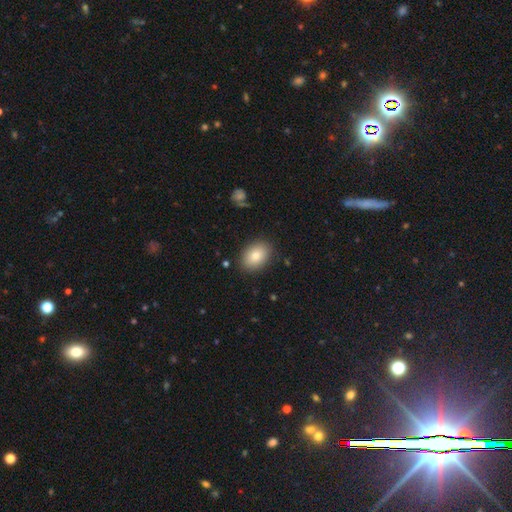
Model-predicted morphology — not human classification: smooth-or-featured: smooth: 82% | featured or disk: 10% | star or artifact: 8%
  how-rounded: in between: 78% | round: 21% | cigar-shaped: 1%
  merging: none: 86% | minor disturbance: 10% | major disturbance: 3% | merger: 1%